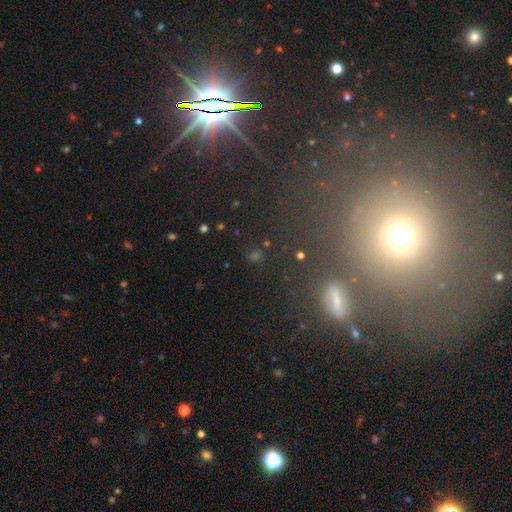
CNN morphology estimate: Smooth or featured? star or artifact (49%)